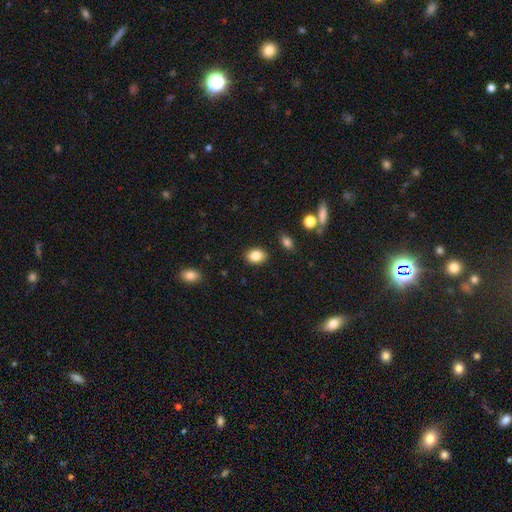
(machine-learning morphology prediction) Smooth or featured: smooth — 85% (star or artifact — 9%)
How rounded: in between — 64% (round — 35%)
Merging: none — 87% (minor disturbance — 8%)